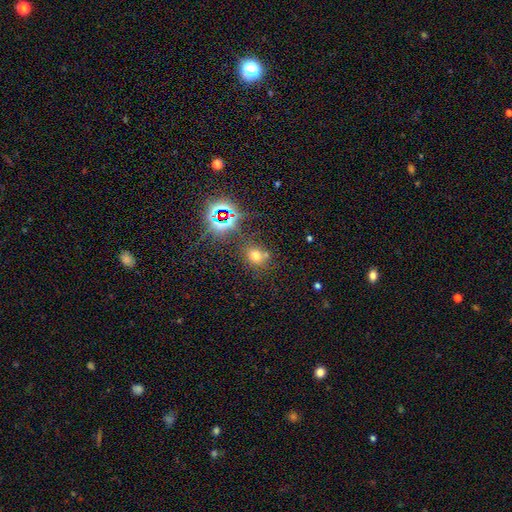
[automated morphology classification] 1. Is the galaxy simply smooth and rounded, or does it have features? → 60% smooth, 31% star or artifact, 9% featured or disk.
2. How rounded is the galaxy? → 68% round, 31% in between, 1% cigar-shaped.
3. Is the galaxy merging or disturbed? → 67% none, 15% merger, 12% minor disturbance, 6% major disturbance.